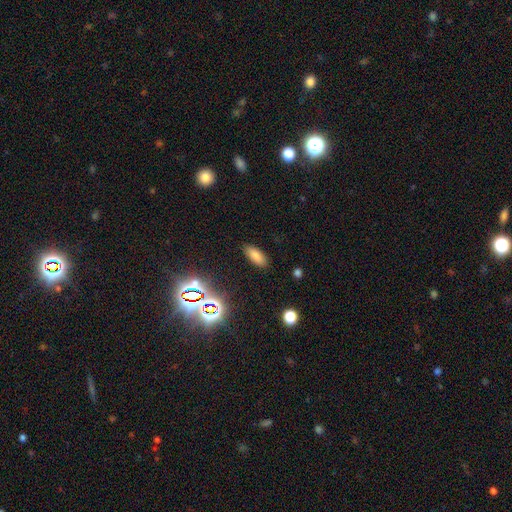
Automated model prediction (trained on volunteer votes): Smooth or featured? smooth (77%)
How rounded? in between (82%)
Merging? none (88%)